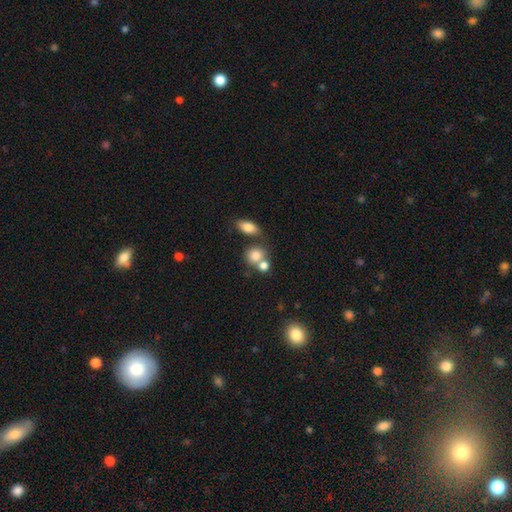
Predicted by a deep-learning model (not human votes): smooth_or_featured: smooth (p=0.80) [alt: star or artifact p=0.11]
how_rounded: round (p=0.71) [alt: in between p=0.27]
merging: none (p=0.46) [alt: merger p=0.39]